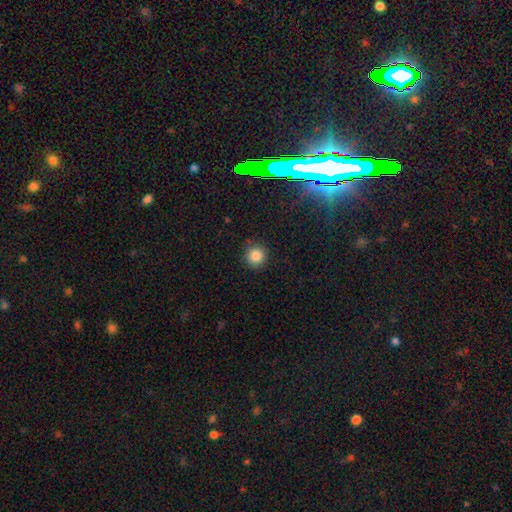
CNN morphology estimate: This is clearly a smooth galaxy (85%). How rounded: clearly round (94%). Merging: clearly none (88%).